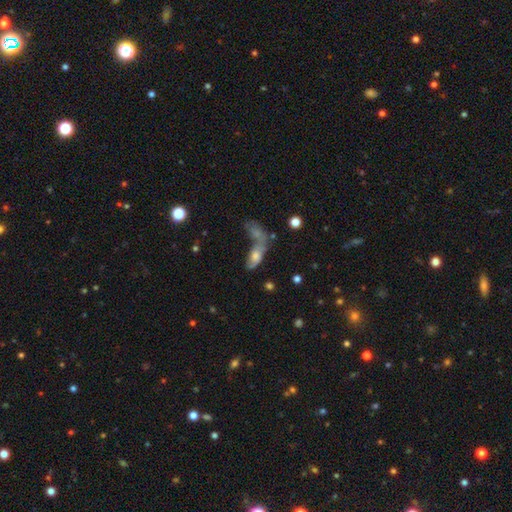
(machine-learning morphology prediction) This is possibly a smooth galaxy (56%). How rounded: likely in between (74%). Merging: possibly merger (54%).